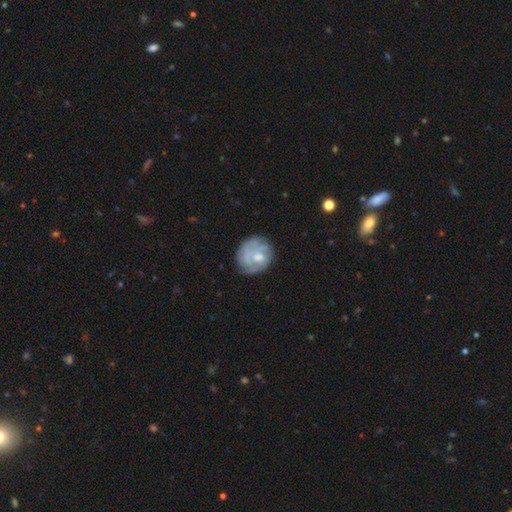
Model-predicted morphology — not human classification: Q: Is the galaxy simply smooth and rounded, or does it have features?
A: featured or disk — 56%.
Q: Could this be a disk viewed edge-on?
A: no — 98%.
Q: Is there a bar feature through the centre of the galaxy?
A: no — 72%.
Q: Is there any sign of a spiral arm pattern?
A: yes — 61%.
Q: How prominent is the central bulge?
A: moderate — 51%.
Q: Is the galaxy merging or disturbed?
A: none — 66%.